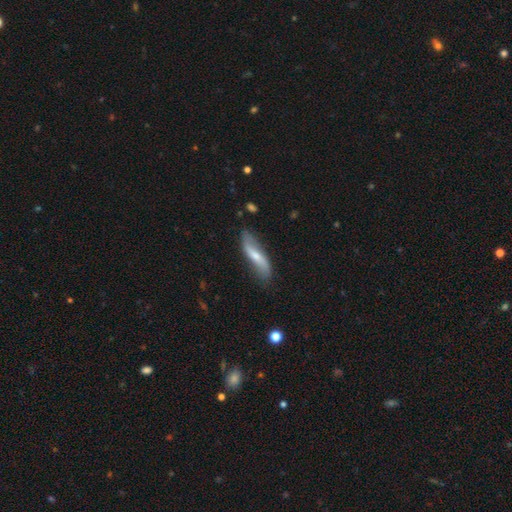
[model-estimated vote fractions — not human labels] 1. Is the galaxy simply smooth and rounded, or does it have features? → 59% featured or disk, 35% smooth, 6% star or artifact.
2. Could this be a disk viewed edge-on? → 70% no, 30% yes.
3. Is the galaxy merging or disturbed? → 72% none, 21% minor disturbance, 5% major disturbance, 2% merger.